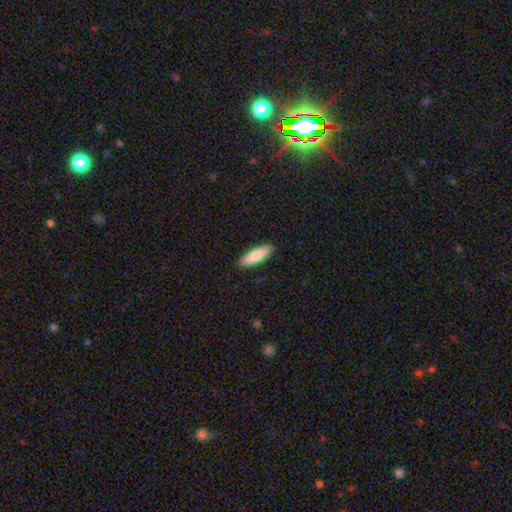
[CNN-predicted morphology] Q: Smooth or featured?
A: smooth (81%); runner-up: featured or disk (14%)
Q: How rounded?
A: cigar-shaped (58%); runner-up: in between (40%)
Q: Merging?
A: none (90%); runner-up: minor disturbance (7%)